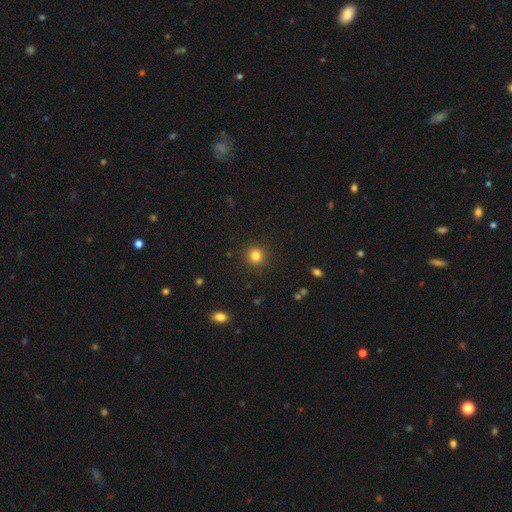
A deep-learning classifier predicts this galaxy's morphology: A smooth galaxy with no disk features (82%) that is round (93%).

Vote fractions:
- Smooth or featured? smooth: 82% / star or artifact: 12% / featured or disk: 5%
- How rounded? round: 93% / in between: 6% / cigar-shaped: 1%
- Merging? none: 91% / minor disturbance: 6% / major disturbance: 2% / merger: 1%